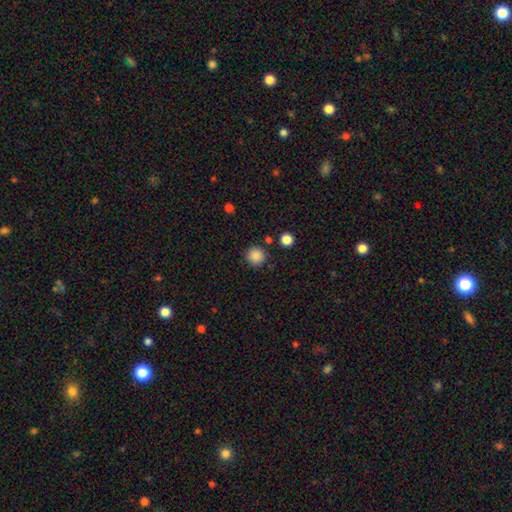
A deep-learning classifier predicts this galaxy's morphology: smooth-or-featured: smooth: 87% | star or artifact: 10% | featured or disk: 3%
  how-rounded: round: 95% | in between: 5% | cigar-shaped: 1%
  merging: none: 87% | minor disturbance: 7% | merger: 3% | major disturbance: 2%